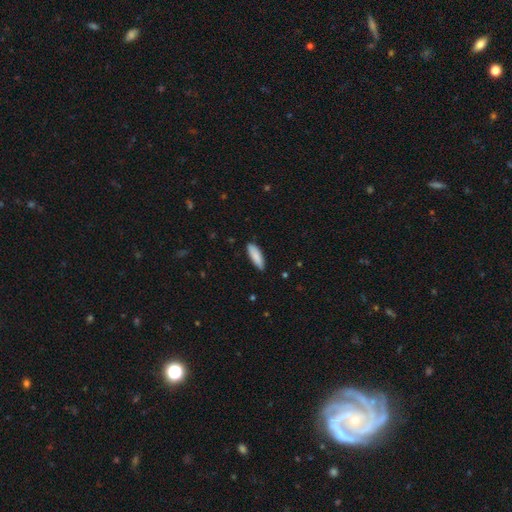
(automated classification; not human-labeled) Smooth or featured: smooth — 88% (featured or disk — 7%)
How rounded: in between — 50% (cigar-shaped — 48%)
Merging: none — 86% (minor disturbance — 12%)